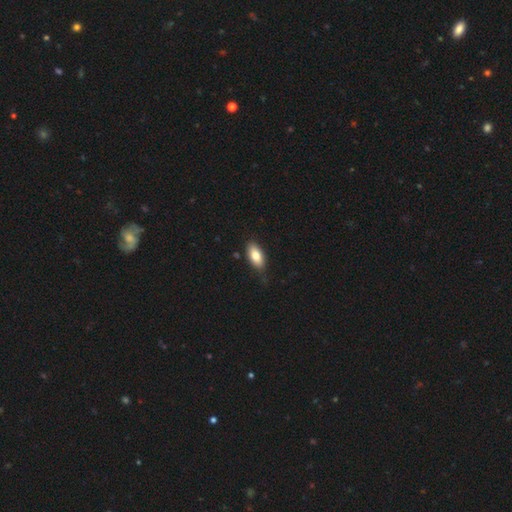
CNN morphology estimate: smooth 79%, featured or disk 14%, star or artifact 7%. Down the decision tree: how rounded — in between (89%); merging — none (80%).